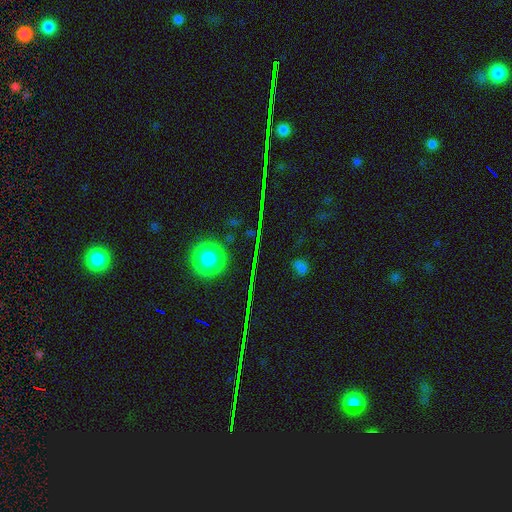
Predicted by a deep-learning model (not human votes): Q: Smooth or featured?
A: star or artifact (66%); runner-up: smooth (25%)